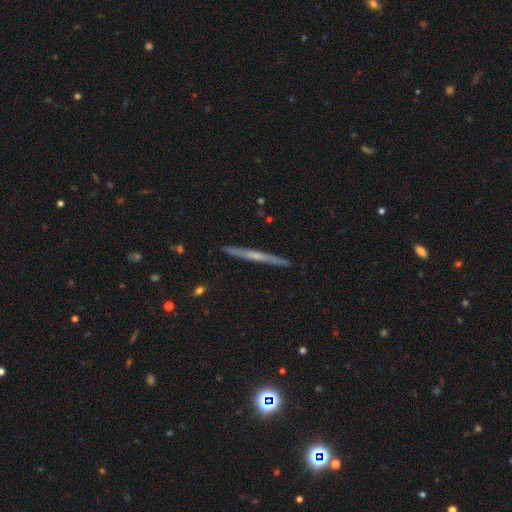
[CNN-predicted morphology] Smooth or featured?
  - featured or disk: 63% *
  - smooth: 30%
  - star or artifact: 6%
Edge-on disk?
  - yes: 98% *
  - no: 2%
Edge-on bulge?
  - none: 58% *
  - rounded: 36%
  - boxy: 6%
Merging?
  - none: 91% *
  - minor disturbance: 6%
  - major disturbance: 1%
  - merger: 1%